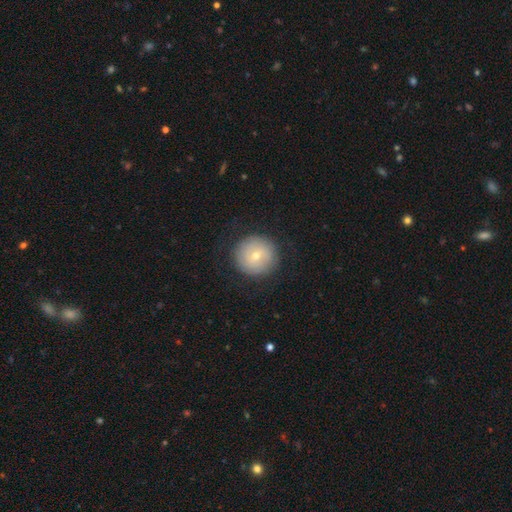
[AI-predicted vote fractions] Smooth or featured: smooth — 62% (featured or disk — 30%)
How rounded: round — 95% (in between — 4%)
Merging: none — 85% (minor disturbance — 10%)